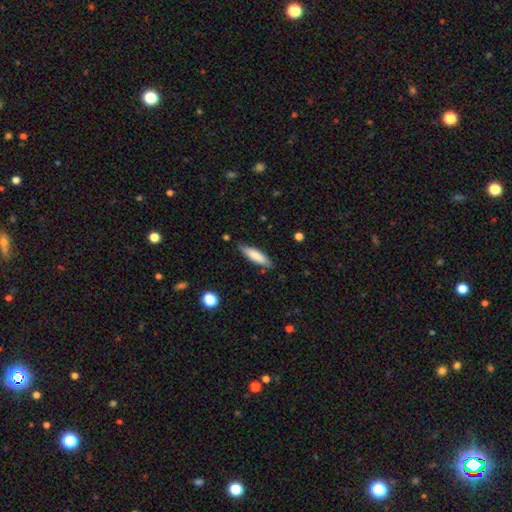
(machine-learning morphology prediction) A smooth galaxy with no disk features (82%) that is cigar-shaped (65%).

Vote fractions:
- Smooth or featured? smooth: 82% / featured or disk: 12% / star or artifact: 6%
- How rounded? cigar-shaped: 65% / in between: 34% / round: 1%
- Merging? none: 83% / minor disturbance: 13% / major disturbance: 2% / merger: 2%